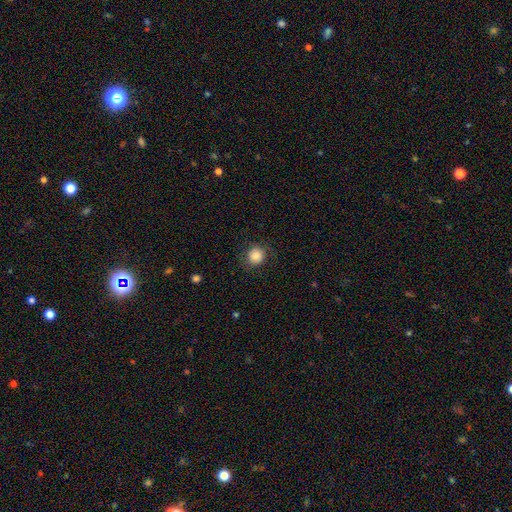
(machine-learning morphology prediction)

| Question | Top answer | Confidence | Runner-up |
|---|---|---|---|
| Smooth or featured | smooth | 84% | star or artifact (9%) |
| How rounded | round | 89% | in between (10%) |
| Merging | none | 84% | minor disturbance (11%) |